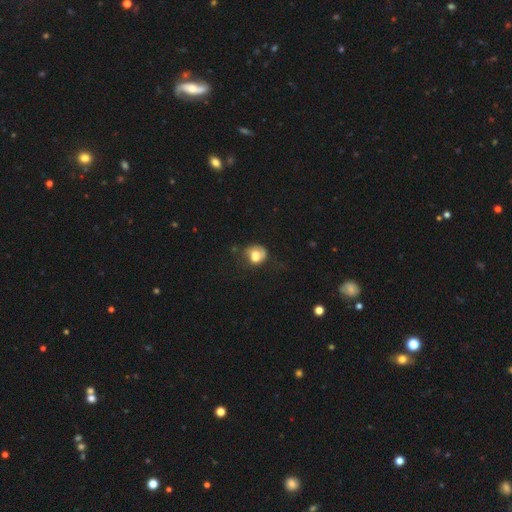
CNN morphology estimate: The model was most divided on "merging": none: 36%, major disturbance: 28%, minor disturbance: 27%, merger: 9%. More confident: smooth or featured — smooth (64%); how rounded — round (59%).